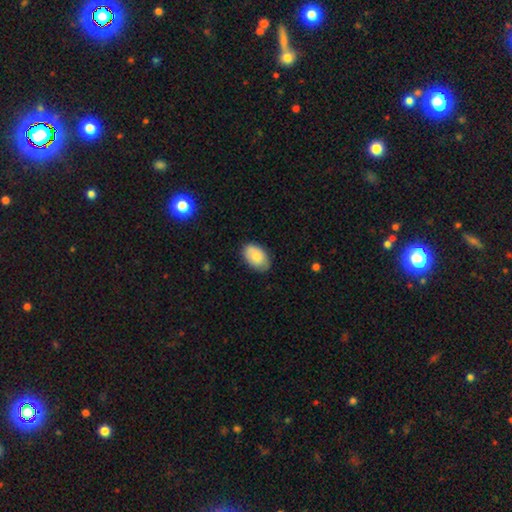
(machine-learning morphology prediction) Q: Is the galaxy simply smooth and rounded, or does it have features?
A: smooth — 82%.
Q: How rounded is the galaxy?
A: in between — 91%.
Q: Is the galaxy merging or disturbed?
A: none — 80%.